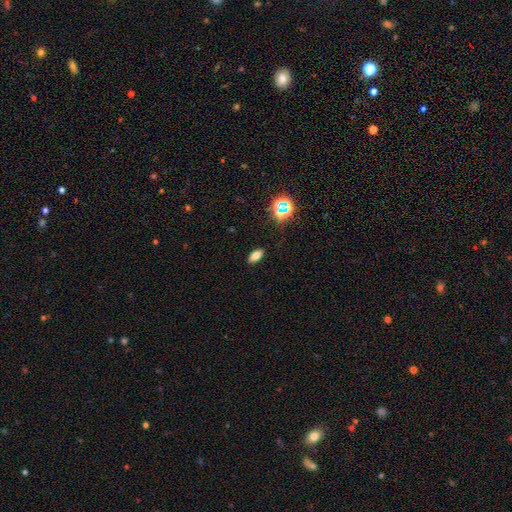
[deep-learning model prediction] Morphology: type=smooth (73%); roundness=in between (86%); merging=none (88%).